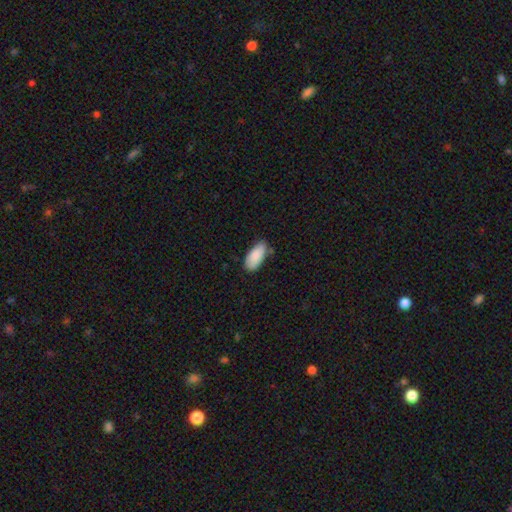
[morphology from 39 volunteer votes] Smooth or featured? smooth (92%)
How rounded? in between (94%)
Merging? none (73%)